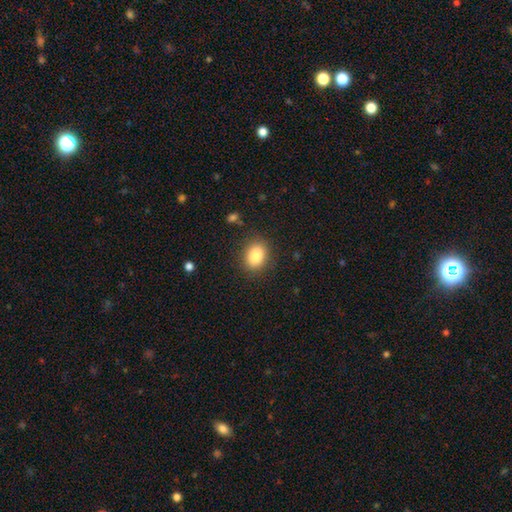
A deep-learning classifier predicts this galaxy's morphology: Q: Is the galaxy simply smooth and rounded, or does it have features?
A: smooth — 86%.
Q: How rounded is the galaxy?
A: in between — 64%.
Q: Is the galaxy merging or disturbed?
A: none — 84%.